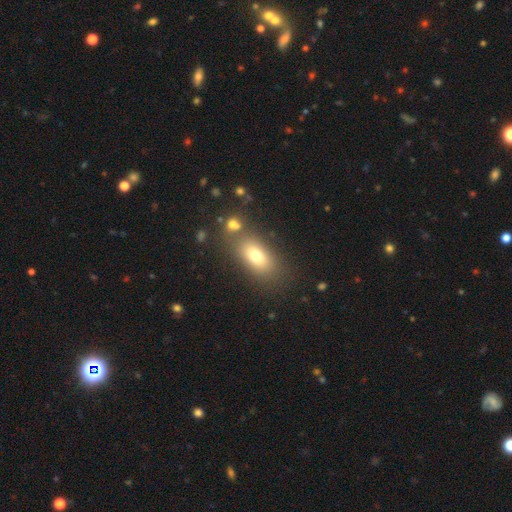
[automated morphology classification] Smooth or featured? Predicted: smooth (p=0.74). How rounded? Predicted: in between (p=0.84). Merging? Predicted: none (p=0.73).